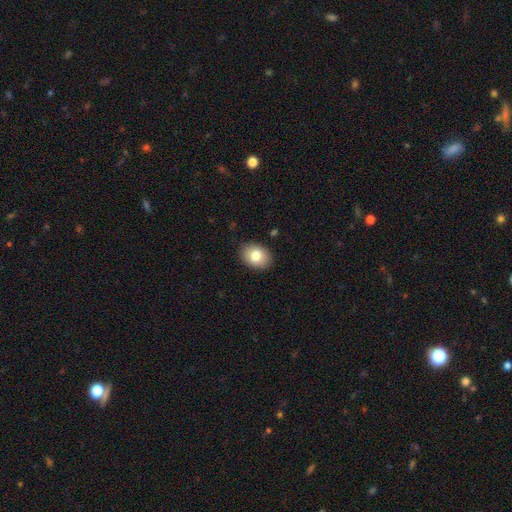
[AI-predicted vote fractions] A smooth galaxy with no disk features (80%) that is in between round and cigar-shaped (68%). Merging: none (88%).